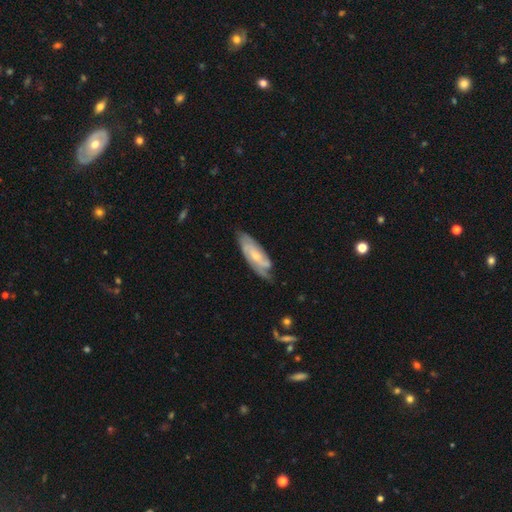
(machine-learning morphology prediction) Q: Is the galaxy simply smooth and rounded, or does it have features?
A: featured or disk — 68%.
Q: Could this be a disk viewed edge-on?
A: no — 84%.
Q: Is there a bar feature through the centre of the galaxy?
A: no — 57%.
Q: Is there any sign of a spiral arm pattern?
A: yes — 88%.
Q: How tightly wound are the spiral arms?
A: tight — 48%.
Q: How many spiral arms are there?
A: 2 — 41%.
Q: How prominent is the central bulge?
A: small — 58%.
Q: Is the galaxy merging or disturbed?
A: none — 63%.